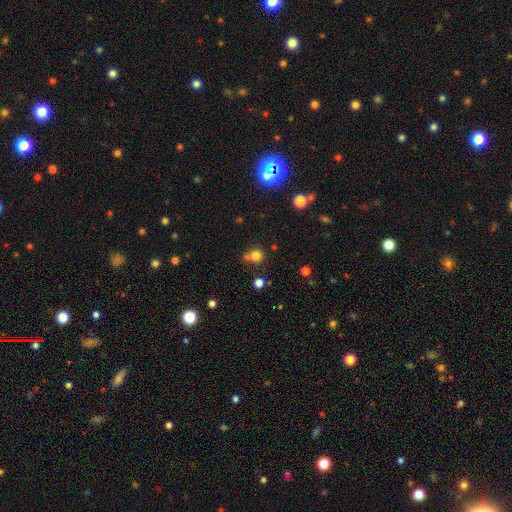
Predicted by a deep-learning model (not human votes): A smooth galaxy with no disk features (75%) that is round (90%).

Vote fractions:
- Smooth or featured? smooth: 75% / star or artifact: 18% / featured or disk: 7%
- How rounded? round: 90% / in between: 9% / cigar-shaped: 1%
- Merging? none: 63% / merger: 25% / minor disturbance: 8% / major disturbance: 3%